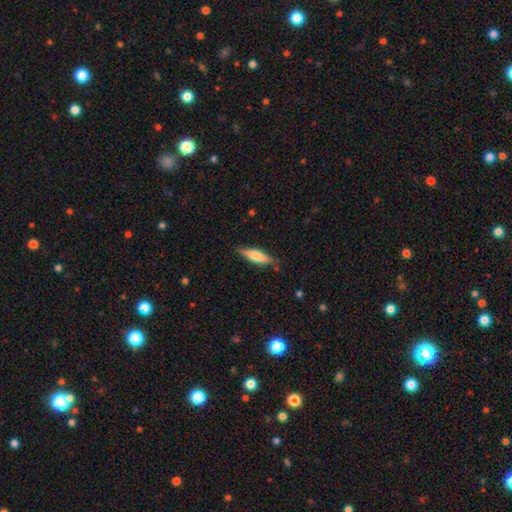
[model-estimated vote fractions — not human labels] smooth_or_featured: smooth (p=0.59) [alt: featured or disk p=0.35]
how_rounded: cigar-shaped (p=0.62) [alt: in between p=0.36]
merging: none (p=0.82) [alt: minor disturbance p=0.14]